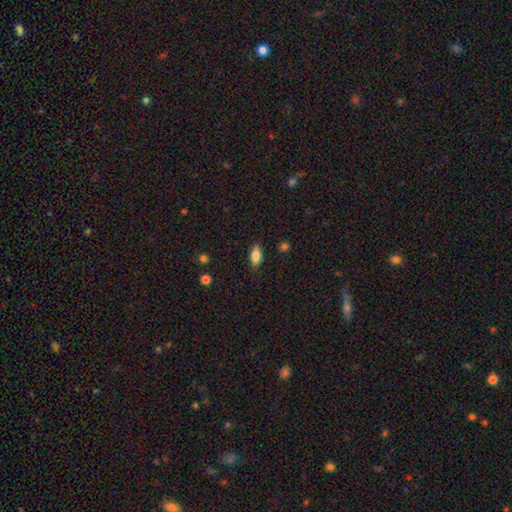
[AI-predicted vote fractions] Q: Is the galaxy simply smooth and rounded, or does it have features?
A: smooth — 81%.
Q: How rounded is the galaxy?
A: in between — 87%.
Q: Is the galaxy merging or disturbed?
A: none — 85%.